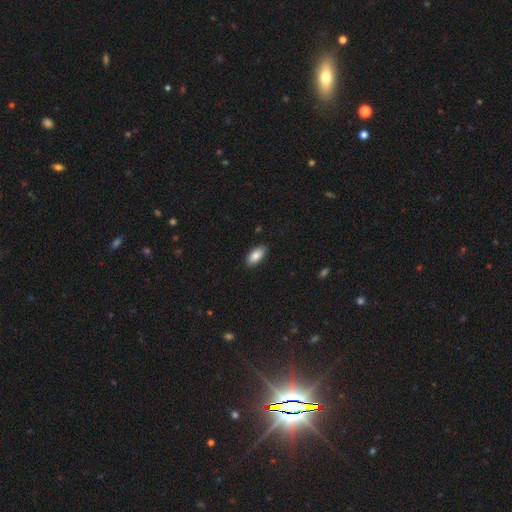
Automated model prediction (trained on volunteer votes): smooth-or-featured: smooth: 86% | featured or disk: 8% | star or artifact: 7%
  how-rounded: in between: 91% | cigar-shaped: 7% | round: 2%
  merging: none: 88% | minor disturbance: 9% | major disturbance: 2% | merger: 1%